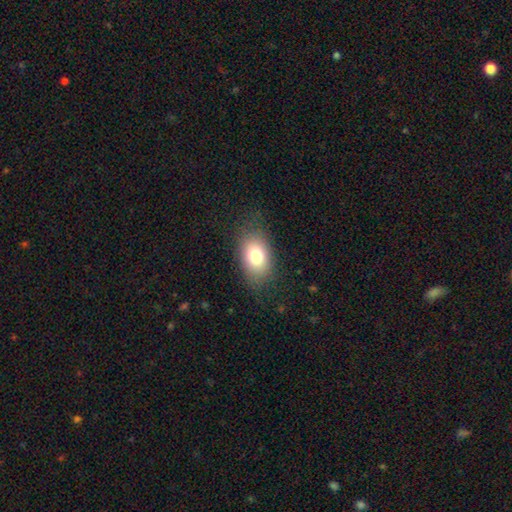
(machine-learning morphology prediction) smooth-or-featured: smooth: 77% | featured or disk: 13% | star or artifact: 10%
  how-rounded: in between: 84% | round: 15% | cigar-shaped: 1%
  merging: none: 79% | minor disturbance: 14% | major disturbance: 6% | merger: 1%